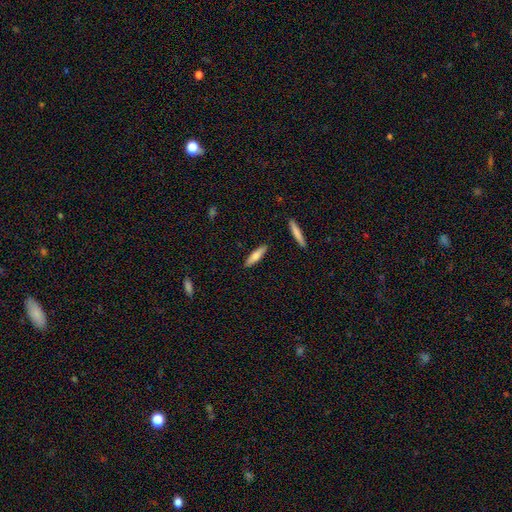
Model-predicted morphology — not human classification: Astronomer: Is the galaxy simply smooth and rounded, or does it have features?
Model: smooth — 70%.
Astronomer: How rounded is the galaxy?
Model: cigar-shaped — 74%.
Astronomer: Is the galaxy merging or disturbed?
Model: none — 88%.